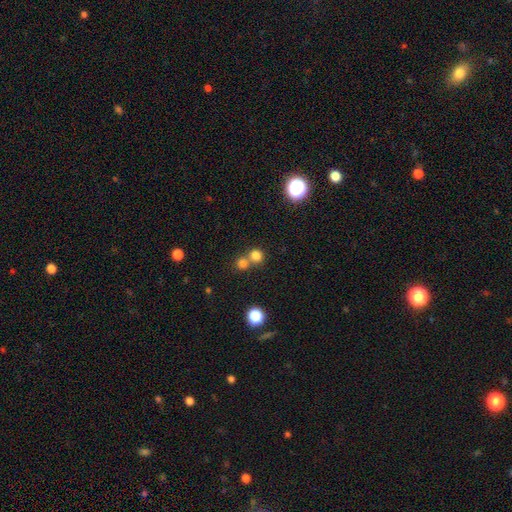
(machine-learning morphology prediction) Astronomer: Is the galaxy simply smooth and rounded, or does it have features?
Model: smooth — 76%.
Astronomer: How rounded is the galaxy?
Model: round — 88%.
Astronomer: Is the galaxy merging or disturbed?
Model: none — 50% (runner-up: merger, 42%).